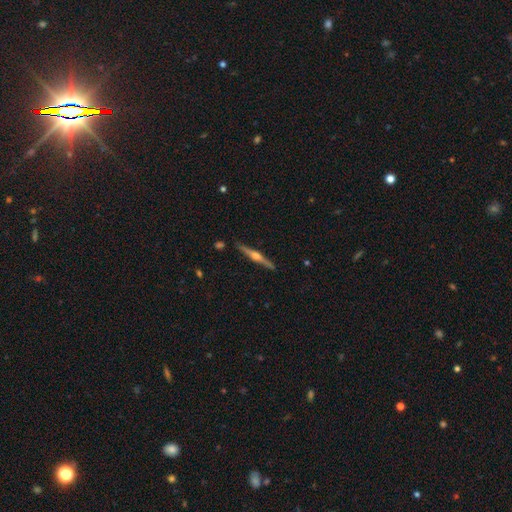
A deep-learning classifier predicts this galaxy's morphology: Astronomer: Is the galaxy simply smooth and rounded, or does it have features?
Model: featured or disk — 81%.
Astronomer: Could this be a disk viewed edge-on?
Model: yes — 98%.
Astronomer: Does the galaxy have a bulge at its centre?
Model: rounded — 91%.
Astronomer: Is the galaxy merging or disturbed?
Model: none — 90%.